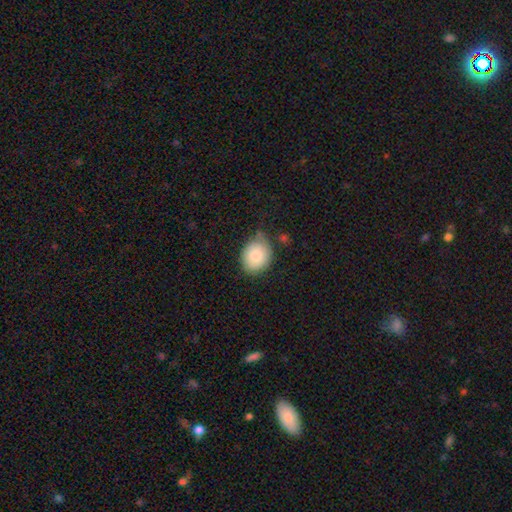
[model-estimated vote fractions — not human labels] This appears to be a smooth galaxy with no disk features (83%) that is round (57%). Merging: none (59%).